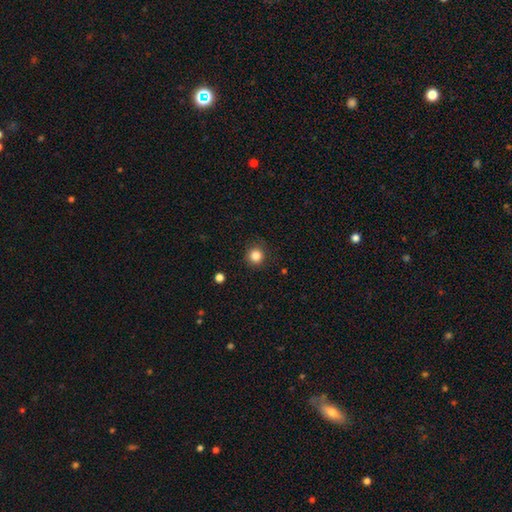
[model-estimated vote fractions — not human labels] Smooth or featured? Predicted: smooth (p=0.85). How rounded? Predicted: round (p=0.94). Merging? Predicted: none (p=0.88).